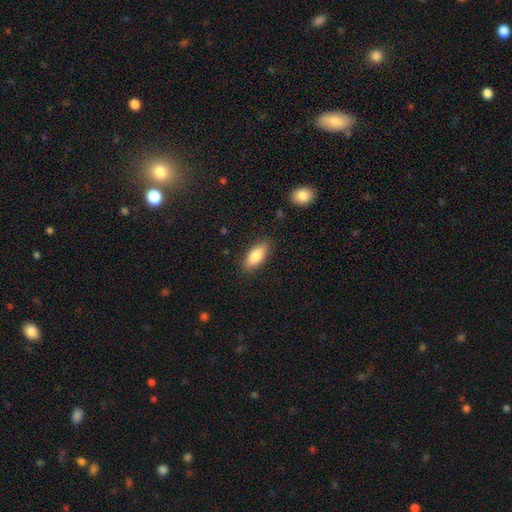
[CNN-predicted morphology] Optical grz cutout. It shows a smooth galaxy with no disk features (85%) that is in between round and cigar-shaped (83%). Merging: none (85%).